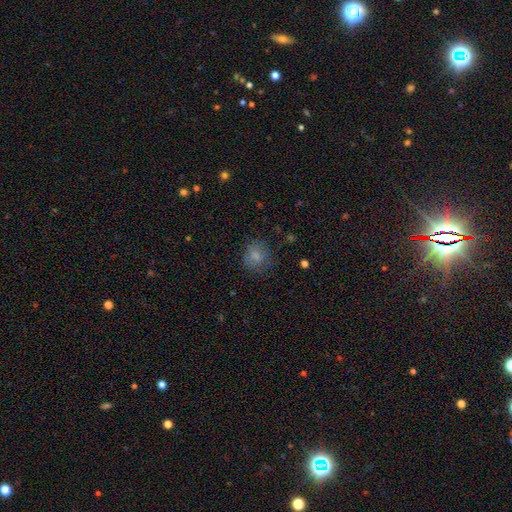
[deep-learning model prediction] Smooth or featured? smooth (76%)
How rounded? round (78%)
Merging? none (70%)